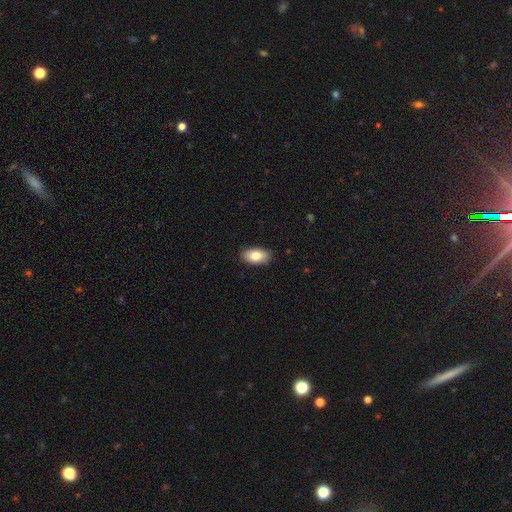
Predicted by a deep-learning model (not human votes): smooth_or_featured: smooth (p=0.83) [alt: featured or disk p=0.11]
how_rounded: in between (p=0.94) [alt: round p=0.04]
merging: none (p=0.89) [alt: minor disturbance p=0.09]